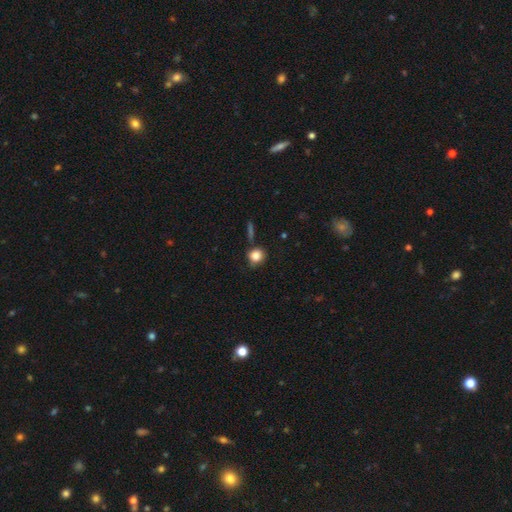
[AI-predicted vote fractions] Smooth or featured: smooth — 83% (star or artifact — 10%)
How rounded: round — 84% (in between — 14%)
Merging: none — 72% (minor disturbance — 17%)